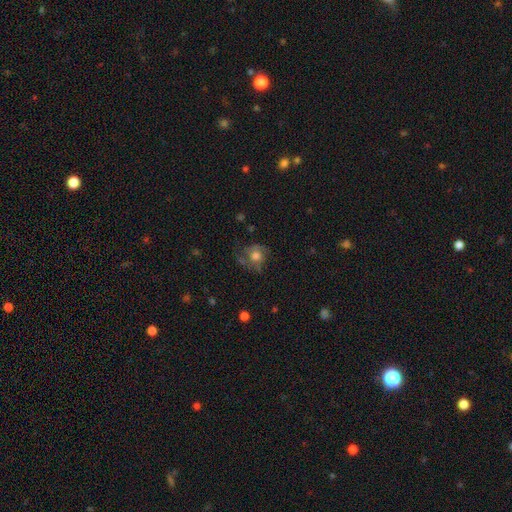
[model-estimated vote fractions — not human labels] This appears to be a smooth galaxy with no disk features (50%) that is round (75%). Merging: none (54%).